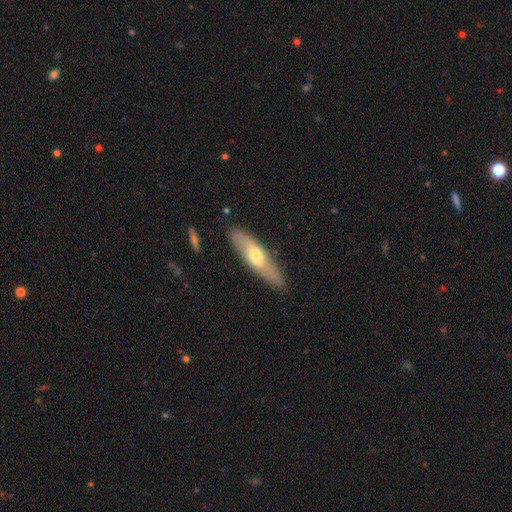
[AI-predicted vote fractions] A smooth galaxy with no disk features (54%) that is cigar-shaped (63%).

Vote fractions:
- Smooth or featured? smooth: 54% / featured or disk: 41% / star or artifact: 6%
- How rounded? cigar-shaped: 63% / in between: 35% / round: 2%
- Merging? none: 84% / minor disturbance: 12% / major disturbance: 3% / merger: 2%